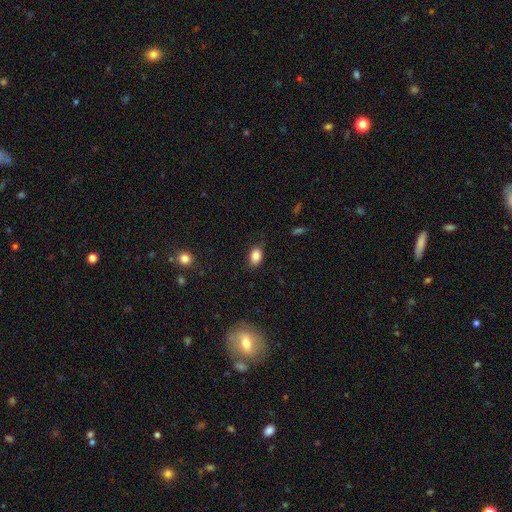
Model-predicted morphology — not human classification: Smooth or featured? Predicted: smooth (p=0.85). How rounded? Predicted: in between (p=0.83). Merging? Predicted: none (p=0.78).